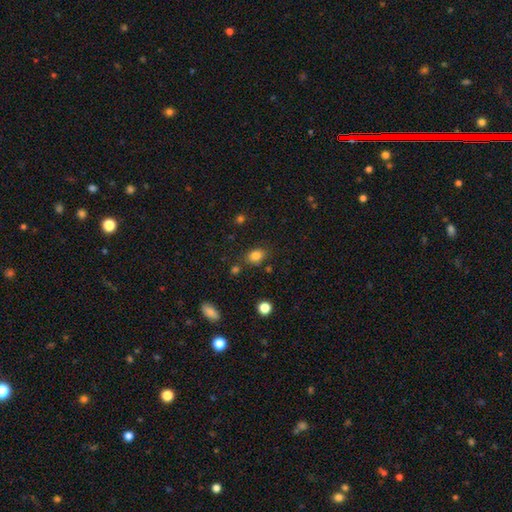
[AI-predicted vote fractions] A smooth galaxy with no disk features (82%) that is in between round and cigar-shaped (64%). Merging: none (77%).